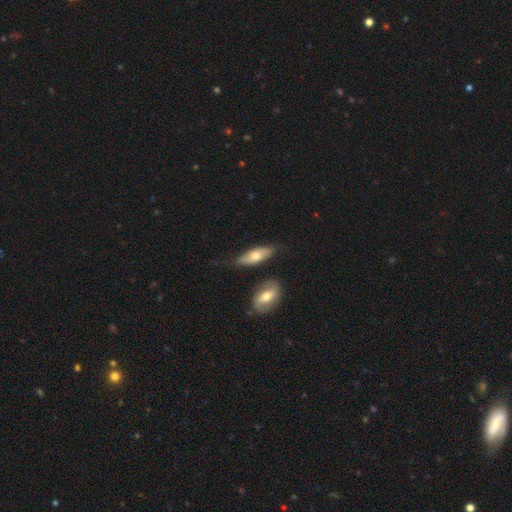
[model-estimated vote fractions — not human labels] The model was most divided on "smooth or featured": smooth: 61%, featured or disk: 33%, star or artifact: 6%. More confident: how rounded — in between (69%); merging — none (67%).